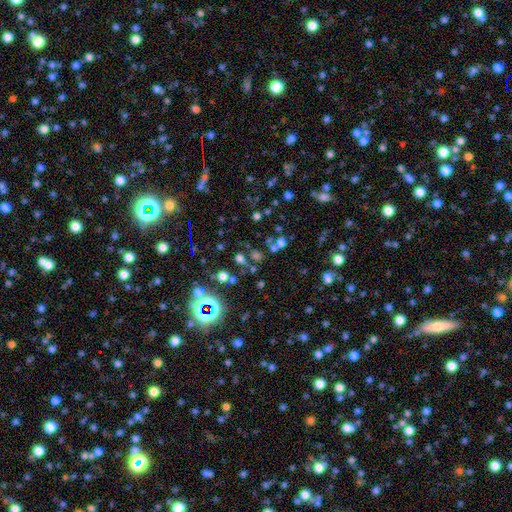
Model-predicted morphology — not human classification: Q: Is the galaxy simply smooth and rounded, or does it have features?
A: star or artifact — 61%.